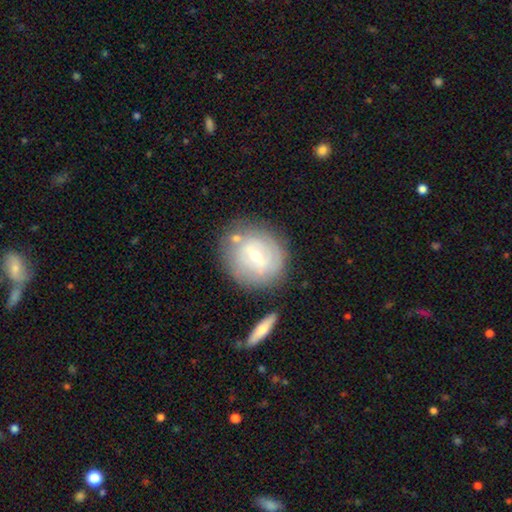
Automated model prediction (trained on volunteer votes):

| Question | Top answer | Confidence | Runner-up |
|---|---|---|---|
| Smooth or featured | featured or disk | 60% | smooth (32%) |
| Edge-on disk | no | 93% | yes (7%) |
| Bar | weak | 51% | no (31%) |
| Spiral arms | yes | 59% | no (41%) |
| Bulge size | moderate | 50% | small (45%) |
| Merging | none | 68% | minor disturbance (17%) |